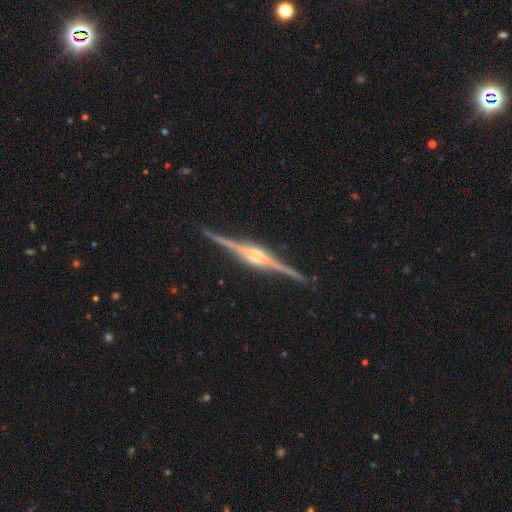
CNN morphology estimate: Smooth or featured: featured or disk — 90% (star or artifact — 5%)
Edge-on disk: yes — 98% (no — 2%)
Edge-on bulge: rounded — 68% (boxy — 28%)
Merging: none — 90% (minor disturbance — 8%)